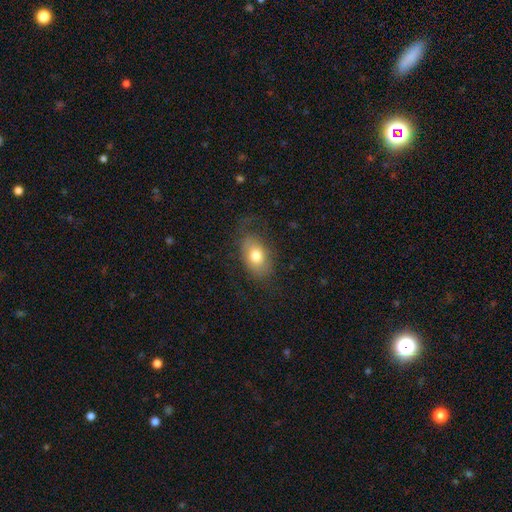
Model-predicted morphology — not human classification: smooth 71%, featured or disk 21%, star or artifact 8%. Down the decision tree: how rounded — in between (86%); merging — none (66%).